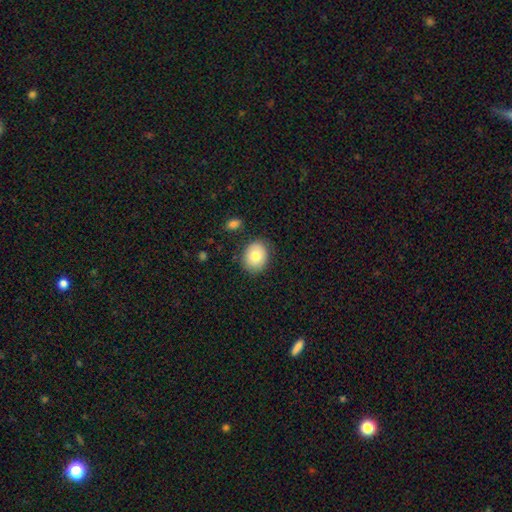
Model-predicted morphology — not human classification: smooth-or-featured: smooth: 79% | featured or disk: 13% | star or artifact: 8%
  how-rounded: round: 56% | in between: 43% | cigar-shaped: 1%
  merging: none: 84% | minor disturbance: 11% | major disturbance: 3% | merger: 2%